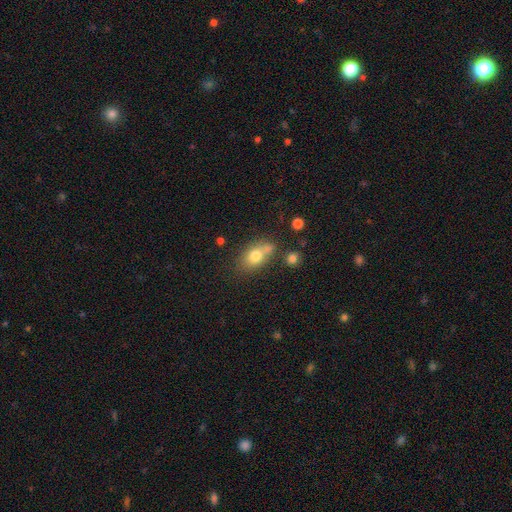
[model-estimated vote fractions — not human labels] smooth-or-featured: smooth: 75% | featured or disk: 15% | star or artifact: 10%
  how-rounded: in between: 77% | round: 19% | cigar-shaped: 4%
  merging: none: 50% | merger: 23% | minor disturbance: 20% | major disturbance: 7%